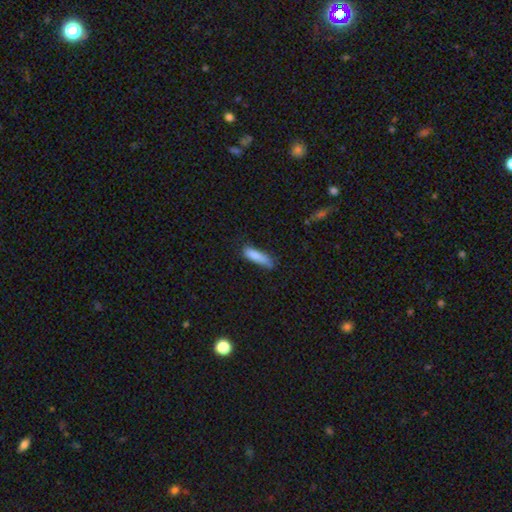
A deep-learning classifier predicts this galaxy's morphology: The model was most divided on "merging": none: 53%, minor disturbance: 34%, major disturbance: 9%, merger: 3%. More confident: smooth or featured — smooth (83%); how rounded — cigar-shaped (62%).